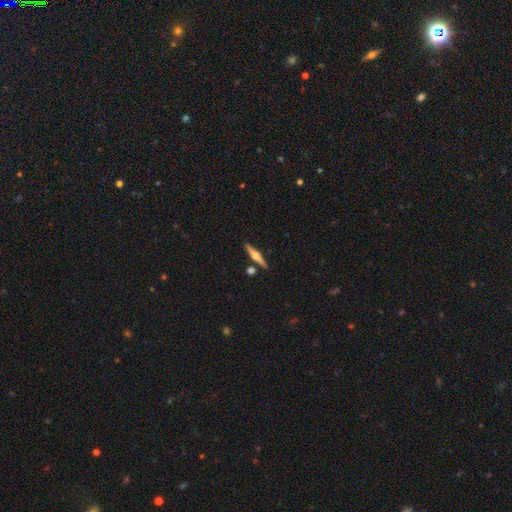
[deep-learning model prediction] Q: Smooth or featured?
A: featured or disk (70%); runner-up: smooth (24%)
Q: Edge-on disk?
A: yes (97%); runner-up: no (3%)
Q: Edge-on bulge?
A: rounded (94%); runner-up: boxy (4%)
Q: Merging?
A: none (85%); runner-up: minor disturbance (7%)